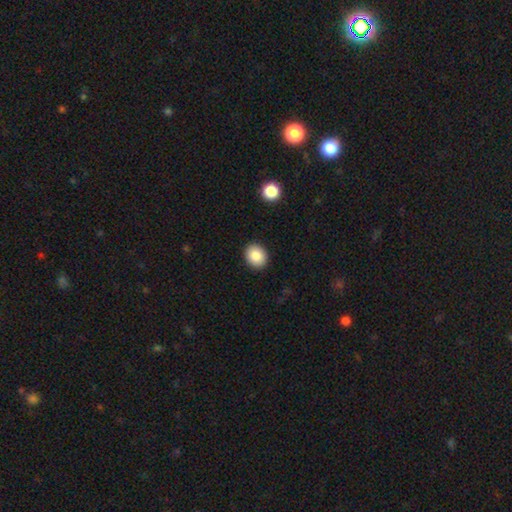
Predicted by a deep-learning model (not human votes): smooth_or_featured: smooth (p=0.86) [alt: star or artifact p=0.09]
how_rounded: round (p=0.60) [alt: in between p=0.39]
merging: none (p=0.91) [alt: minor disturbance p=0.06]